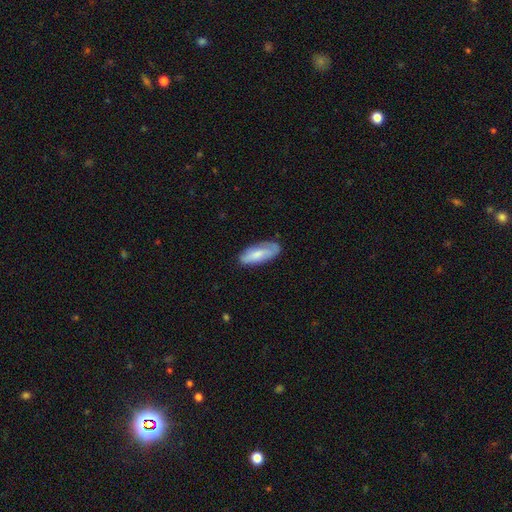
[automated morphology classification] Q: Smooth or featured?
A: smooth (62%); runner-up: featured or disk (31%)
Q: How rounded?
A: in between (73%); runner-up: cigar-shaped (25%)
Q: Merging?
A: none (74%); runner-up: minor disturbance (20%)